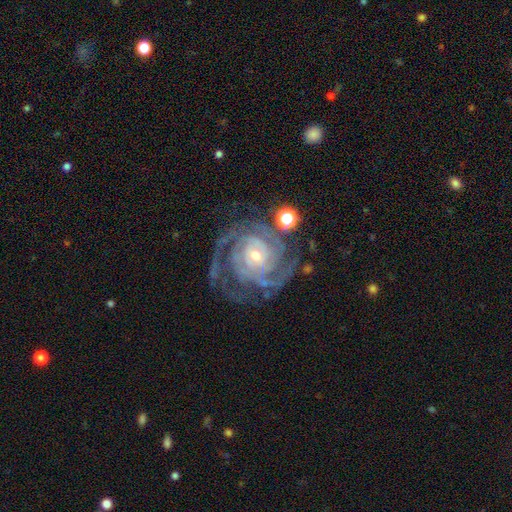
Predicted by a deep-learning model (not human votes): Overall: featured or disk (91%). Edge-on disk: no (98%). Bar: no (60%; weak 29%). Spiral arms: yes (98%). Spiral arm count: 3 (27%; 2 26%). Spiral winding: tight (72%). Bulge size: small (66%; moderate 30%). Merging: none (69%).